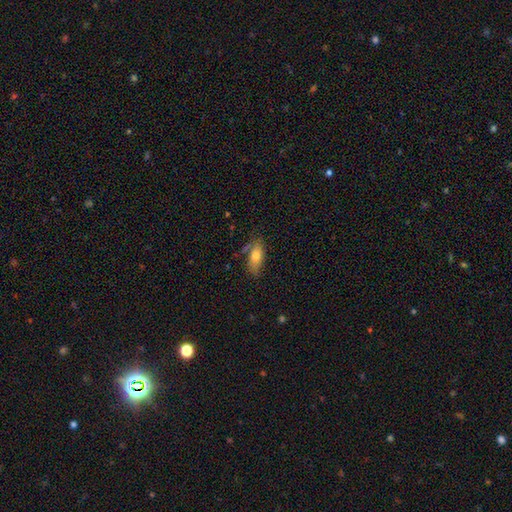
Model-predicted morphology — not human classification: Smooth or featured? Predicted: smooth (p=0.74). How rounded? Predicted: in between (p=0.80). Merging? Predicted: none (p=0.67).